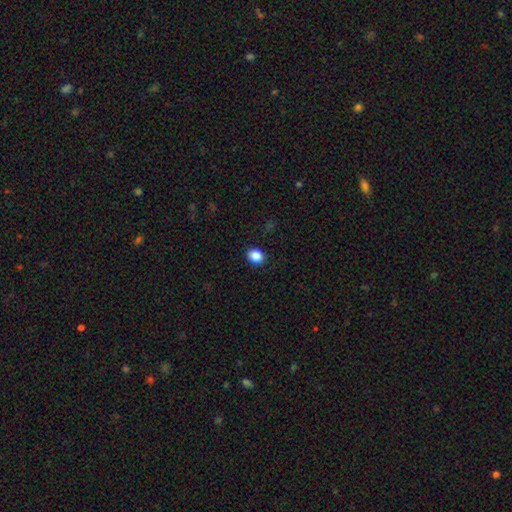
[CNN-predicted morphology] A smooth galaxy with no disk features (88%) that is round (53%).

Vote fractions:
- Smooth or featured? smooth: 88% / star or artifact: 9% / featured or disk: 3%
- How rounded? round: 53% / in between: 46% / cigar-shaped: 1%
- Merging? none: 90% / minor disturbance: 7% / major disturbance: 2% / merger: 1%